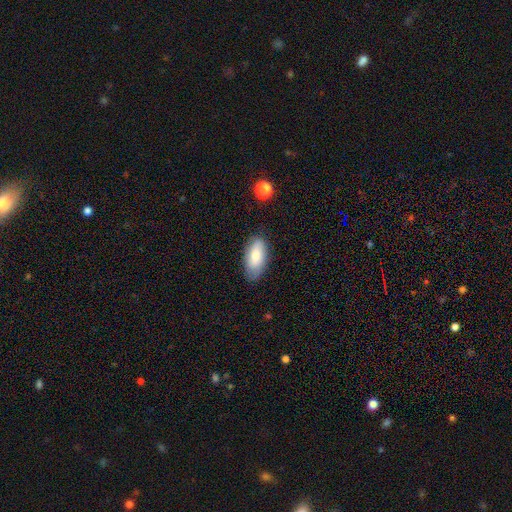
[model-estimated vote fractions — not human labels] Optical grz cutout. It shows a smooth galaxy with no disk features (75%) that is in between round and cigar-shaped (90%). Merging: none (75%).